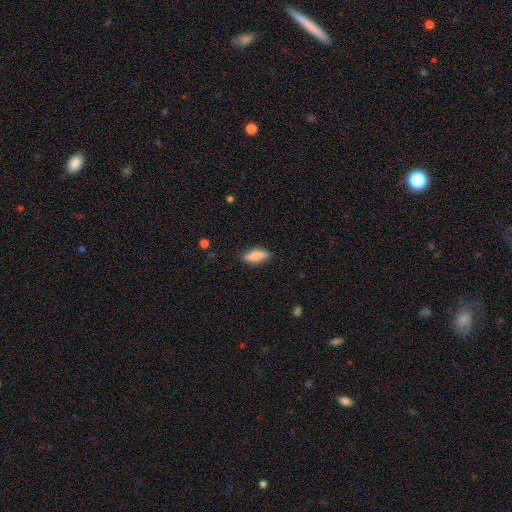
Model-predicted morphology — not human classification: A smooth galaxy with no disk features (82%) that is in between round and cigar-shaped (68%). Merging: none (84%).